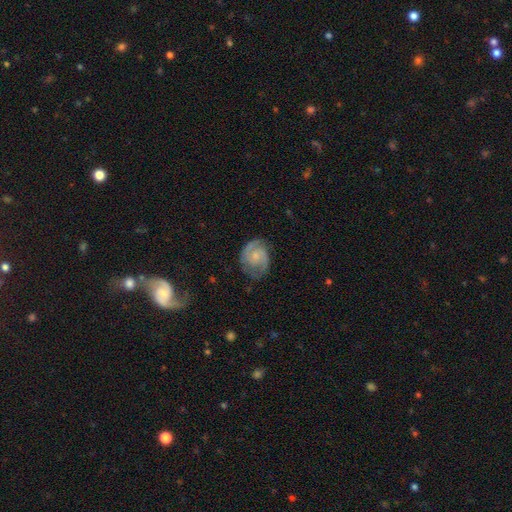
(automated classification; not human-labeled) Smooth or featured? Predicted: featured or disk (p=0.77). Edge-on disk? Predicted: no (p=0.98). Bar? Predicted: no (p=0.65). Spiral arms? Predicted: yes (p=0.95). Spiral winding? Predicted: medium (p=0.46). Spiral arm count? Predicted: 2 (p=0.81). Bulge size? Predicted: small (p=0.53). Merging? Predicted: none (p=0.71).